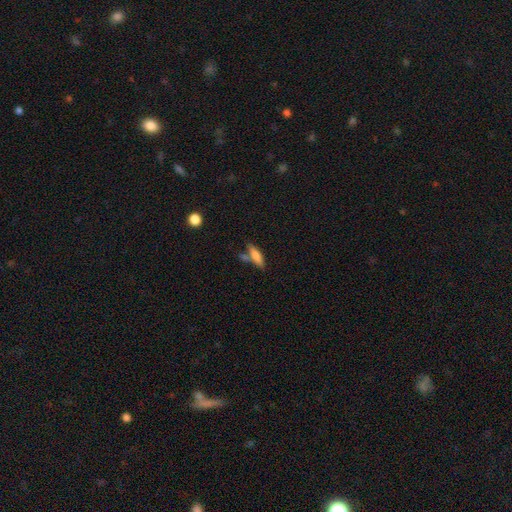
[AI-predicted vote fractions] smooth 73%, featured or disk 20%, star or artifact 7%. Down the decision tree: how rounded — cigar-shaped (58%); merging — none (59%).